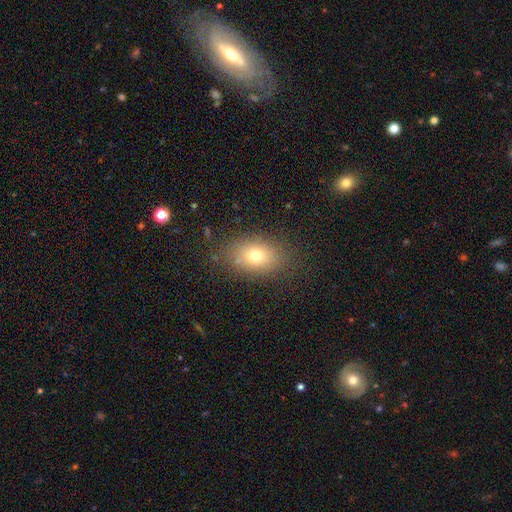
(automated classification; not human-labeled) Overall: smooth (74%). How rounded: in between (74%). Merging: none (81%).